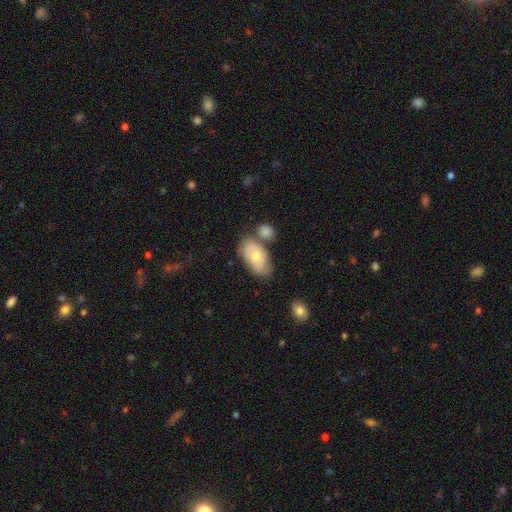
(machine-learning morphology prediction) smooth_or_featured: smooth (p=0.53) [alt: featured or disk p=0.40]
how_rounded: in between (p=0.91) [alt: round p=0.07]
merging: none (p=0.50) [alt: merger p=0.22]